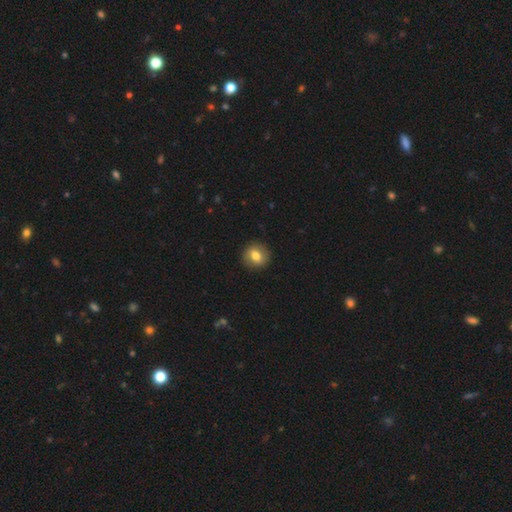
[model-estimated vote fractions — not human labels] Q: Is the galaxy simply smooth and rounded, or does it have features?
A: smooth — 75%.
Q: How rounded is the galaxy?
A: round — 82%.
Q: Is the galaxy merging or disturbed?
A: none — 89%.